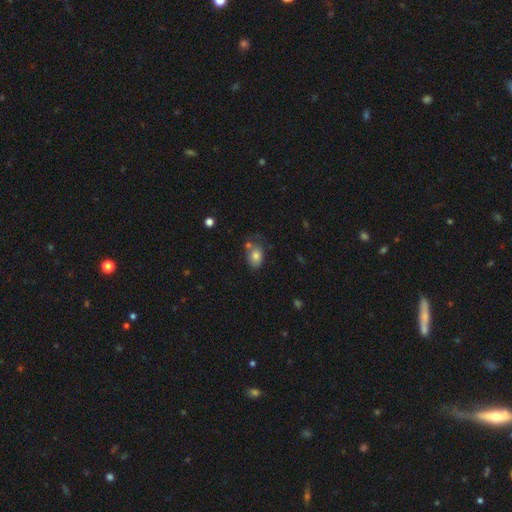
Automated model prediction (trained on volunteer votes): Smooth or featured: smooth — 80% (featured or disk — 11%)
How rounded: in between — 81% (round — 18%)
Merging: none — 53% (minor disturbance — 23%)